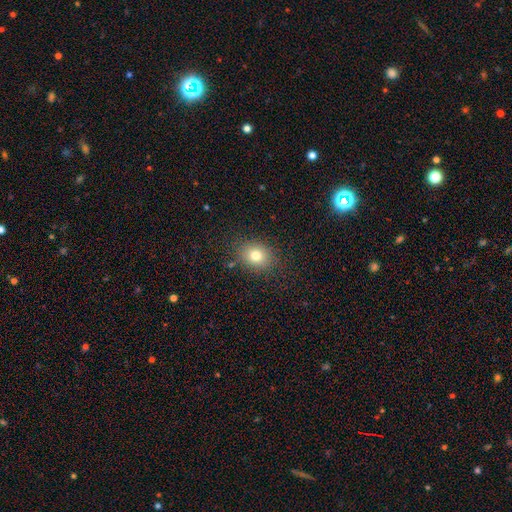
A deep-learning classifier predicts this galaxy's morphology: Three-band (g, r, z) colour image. It shows a smooth galaxy with no disk features (78%) that is round (53%). Merging: none (85%).